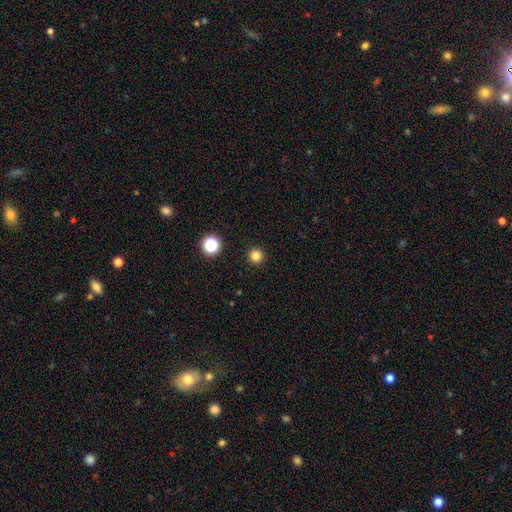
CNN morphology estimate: Smooth or featured? smooth (82%)
How rounded? round (95%)
Merging? none (93%)